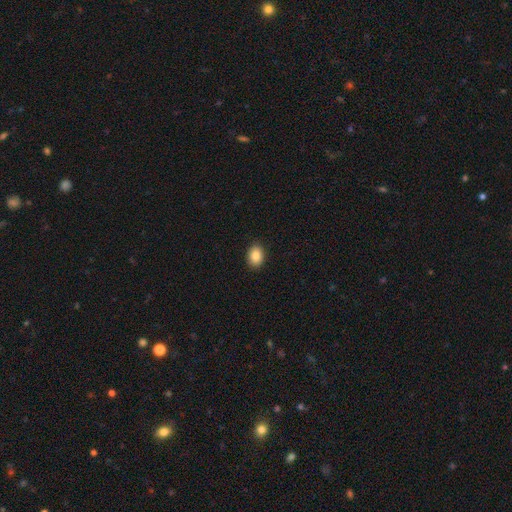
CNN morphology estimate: Overall: smooth (86%). How rounded: in between (68%; round 31%). Merging: none (90%).